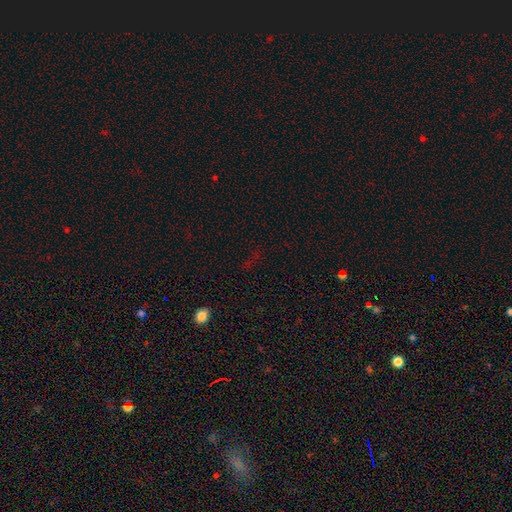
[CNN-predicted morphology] Smooth or featured?
  - star or artifact: 66% *
  - smooth: 26%
  - featured or disk: 8%